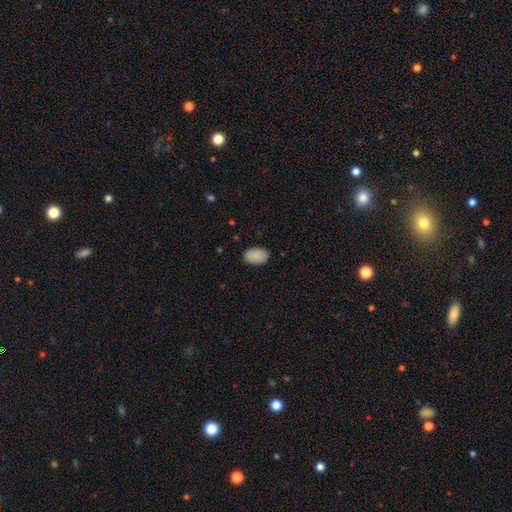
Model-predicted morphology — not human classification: smooth_or_featured: smooth (p=0.89) [alt: star or artifact p=0.07]
how_rounded: in between (p=0.87) [alt: round p=0.12]
merging: none (p=0.87) [alt: minor disturbance p=0.10]